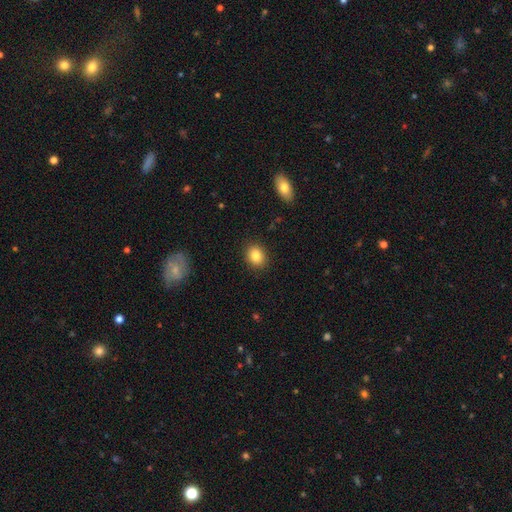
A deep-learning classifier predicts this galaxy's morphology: Smooth or featured? smooth (85%)
How rounded? round (53%)
Merging? none (89%)